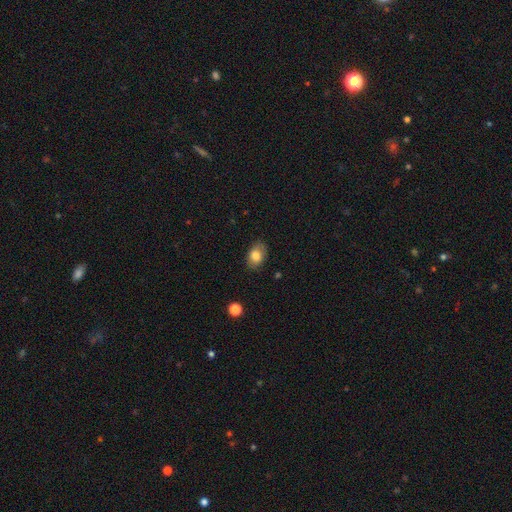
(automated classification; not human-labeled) Q: Smooth or featured?
A: smooth (80%); runner-up: featured or disk (12%)
Q: How rounded?
A: in between (78%); runner-up: round (21%)
Q: Merging?
A: none (80%); runner-up: minor disturbance (16%)